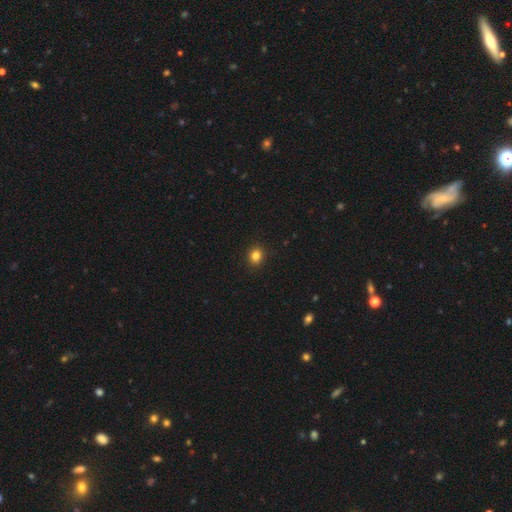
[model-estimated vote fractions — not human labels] Smooth or featured? Predicted: smooth (p=0.84). How rounded? Predicted: round (p=0.65). Merging? Predicted: none (p=0.91).